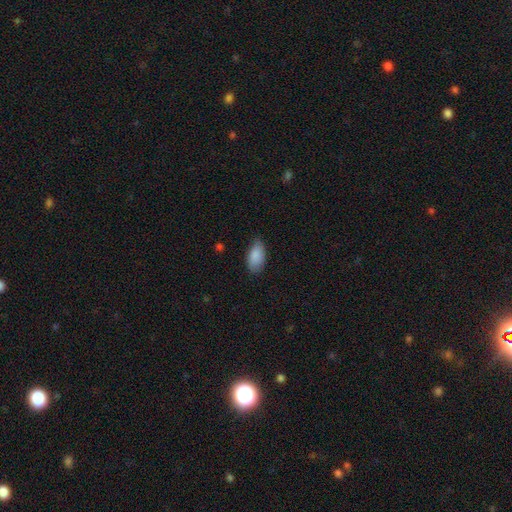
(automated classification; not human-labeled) smooth_or_featured: smooth (p=0.88) [alt: featured or disk p=0.07]
how_rounded: in between (p=0.93) [alt: cigar-shaped p=0.05]
merging: none (p=0.76) [alt: minor disturbance p=0.20]